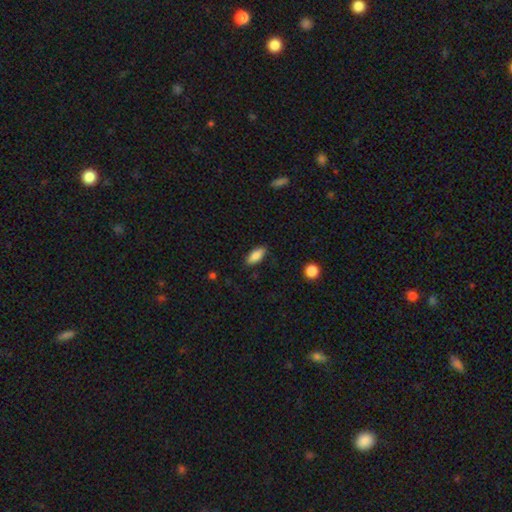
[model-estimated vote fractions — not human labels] A smooth galaxy with no disk features (86%) that is in between round and cigar-shaped (82%). Merging: none (85%).